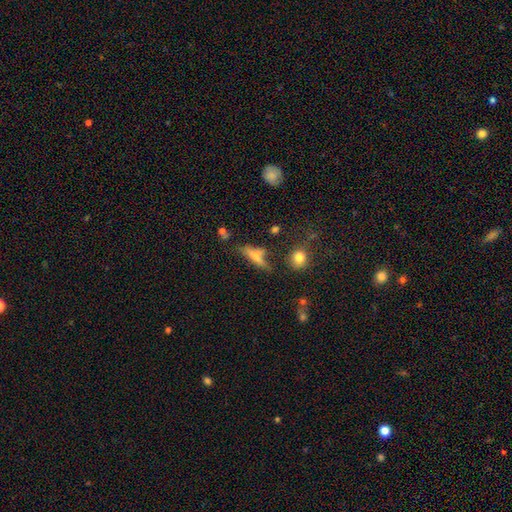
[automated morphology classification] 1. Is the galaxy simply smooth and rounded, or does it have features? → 59% smooth, 27% featured or disk, 14% star or artifact.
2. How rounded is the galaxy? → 65% cigar-shaped, 30% in between, 5% round.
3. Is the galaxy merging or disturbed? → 50% none, 22% minor disturbance, 14% merger, 14% major disturbance.